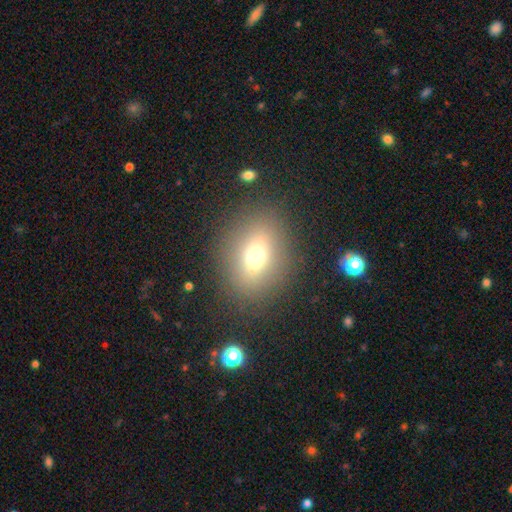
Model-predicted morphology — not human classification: Overall: smooth (67%). How rounded: in between (57%; round 41%). Merging: none (83%).